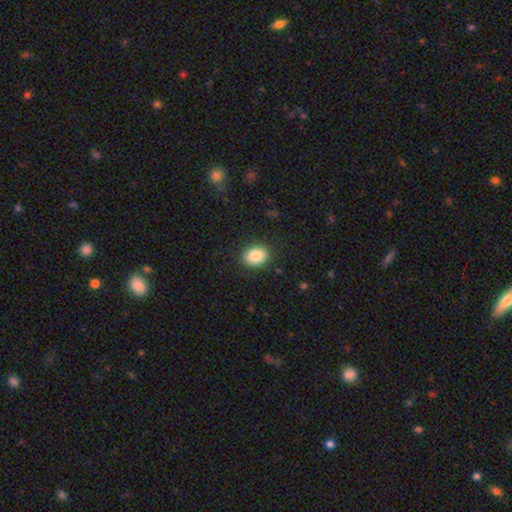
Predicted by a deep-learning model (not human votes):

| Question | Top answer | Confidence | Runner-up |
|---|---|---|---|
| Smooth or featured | smooth | 86% | star or artifact (8%) |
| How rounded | in between | 56% | round (43%) |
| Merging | none | 88% | minor disturbance (9%) |